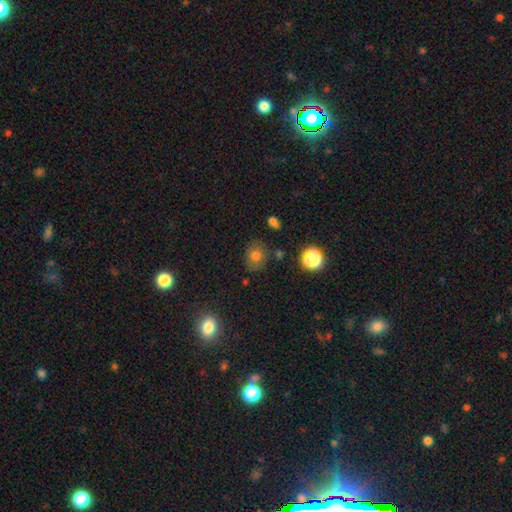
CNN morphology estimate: This is likely a smooth galaxy (71%). How rounded: likely round (67%). Merging: likely none (76%).